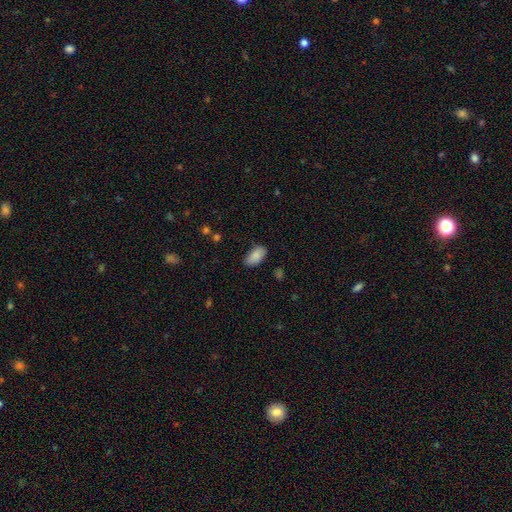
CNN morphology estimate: A smooth galaxy with no disk features (87%) that is in between round and cigar-shaped (94%).

Vote fractions:
- Smooth or featured? smooth: 87% / star or artifact: 7% / featured or disk: 6%
- How rounded? in between: 94% / round: 3% / cigar-shaped: 3%
- Merging? none: 80% / minor disturbance: 15% / major disturbance: 3% / merger: 2%